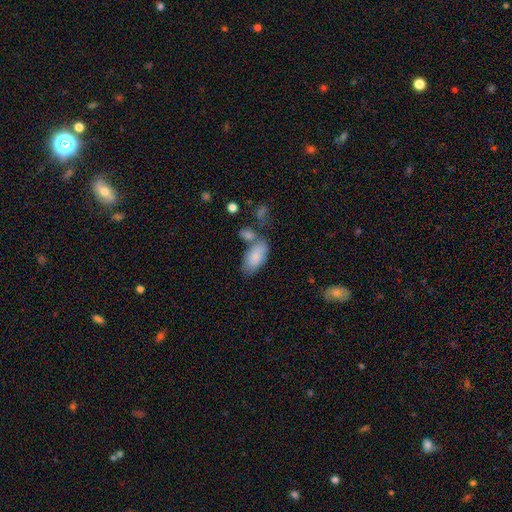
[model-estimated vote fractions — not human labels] smooth_or_featured: smooth (p=0.83) [alt: featured or disk p=0.11]
how_rounded: in between (p=0.94) [alt: cigar-shaped p=0.03]
merging: none (p=0.53) [alt: merger p=0.23]